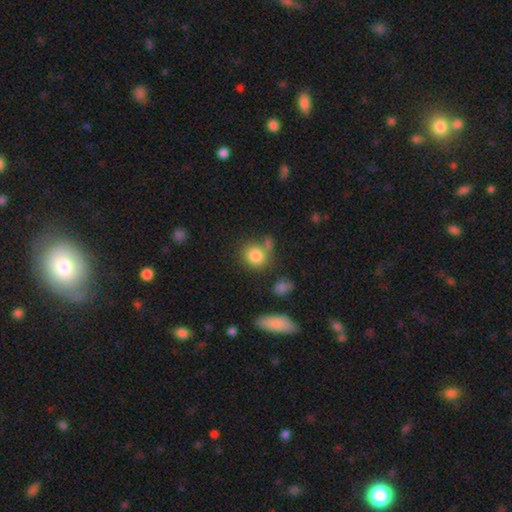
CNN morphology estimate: type=smooth (83%); roundness=round (78%); merging=none (57%).